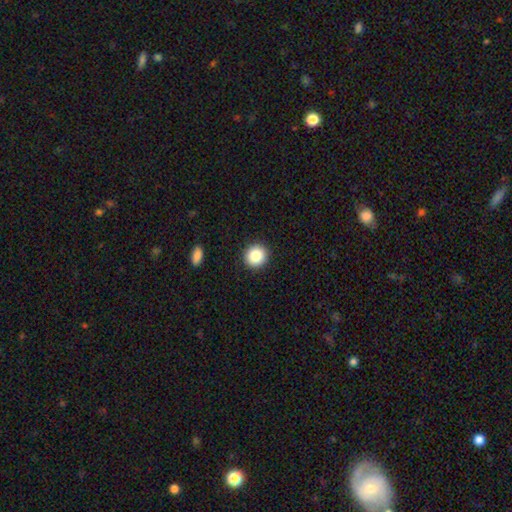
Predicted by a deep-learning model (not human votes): Overall: smooth (85%). How rounded: round (91%). Merging: none (92%).